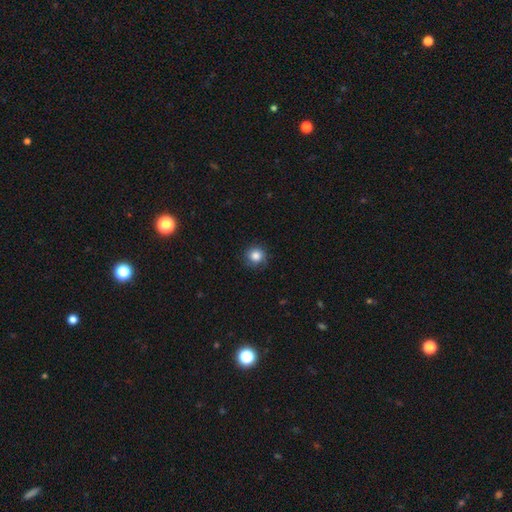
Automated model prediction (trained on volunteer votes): Smooth or featured?
  - smooth: 84% *
  - star or artifact: 11%
  - featured or disk: 6%
How rounded?
  - round: 93% *
  - in between: 6%
  - cigar-shaped: 1%
Merging?
  - none: 84% *
  - minor disturbance: 12%
  - major disturbance: 3%
  - merger: 1%